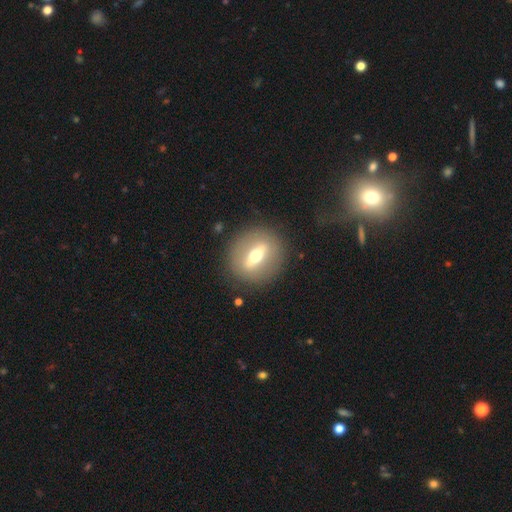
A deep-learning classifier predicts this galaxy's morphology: type=featured or disk (59%); edge-on=no (55%); merging=none (87%).